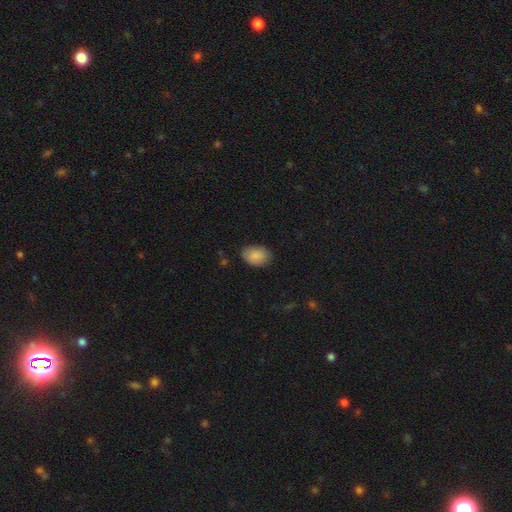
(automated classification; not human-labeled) Overall: smooth (87%). How rounded: in between (81%). Merging: none (79%).